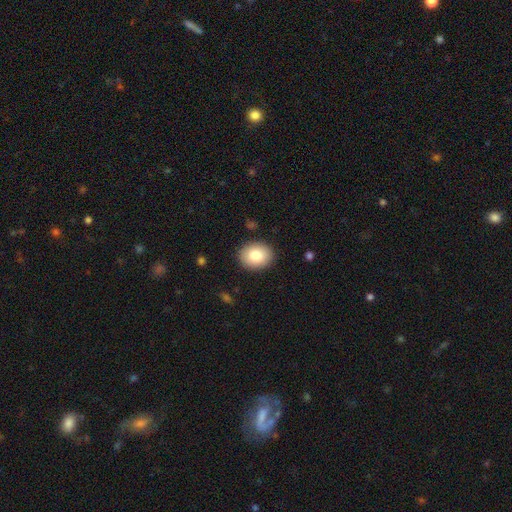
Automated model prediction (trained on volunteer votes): Smooth or featured: smooth — 83% (featured or disk — 10%)
How rounded: in between — 52% (round — 47%)
Merging: none — 89% (minor disturbance — 8%)